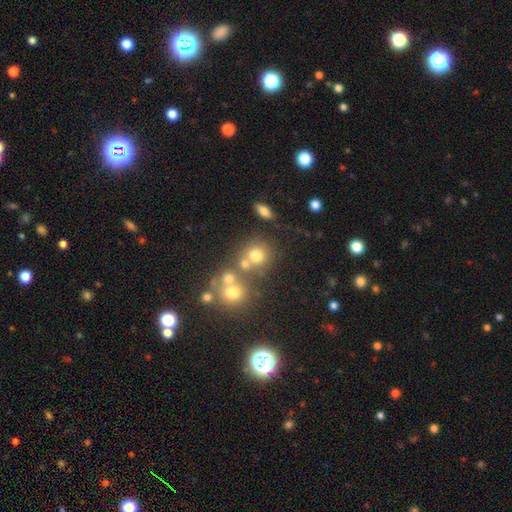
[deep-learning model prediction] This appears to be a smooth galaxy with no disk features (71%) that is round (83%). Merging: none (54%).